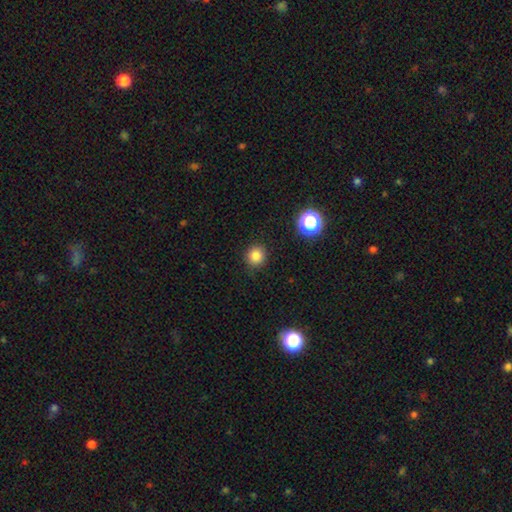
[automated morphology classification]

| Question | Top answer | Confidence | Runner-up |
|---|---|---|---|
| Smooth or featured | smooth | 83% | star or artifact (12%) |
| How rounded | round | 92% | in between (7%) |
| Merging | none | 89% | minor disturbance (7%) |